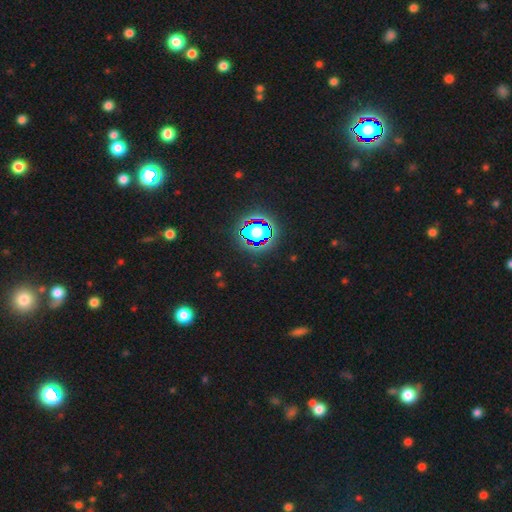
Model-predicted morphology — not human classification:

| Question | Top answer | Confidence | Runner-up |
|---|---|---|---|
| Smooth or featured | star or artifact | 80% | smooth (12%) |